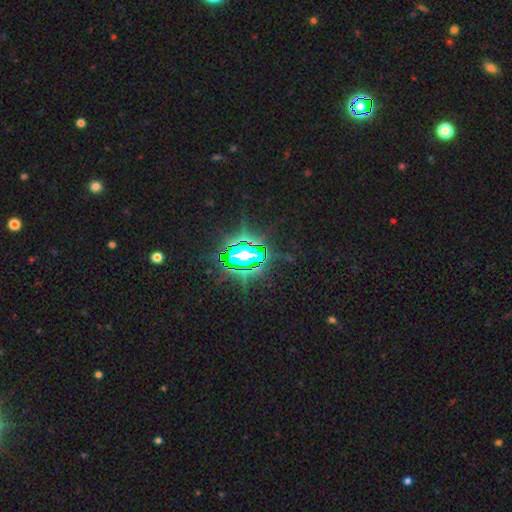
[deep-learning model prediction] The model was most divided on "smooth or featured": star or artifact: 77%, featured or disk: 12%, smooth: 12%.